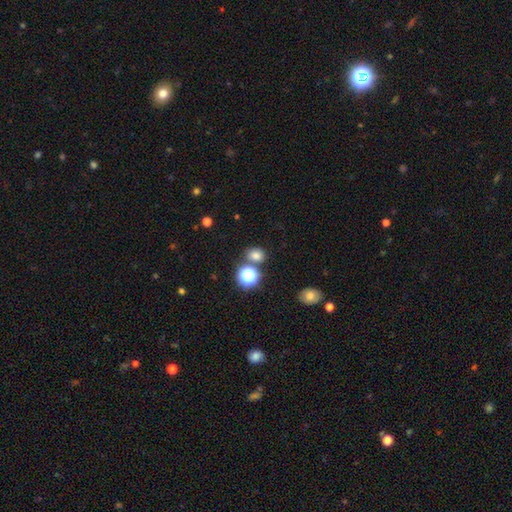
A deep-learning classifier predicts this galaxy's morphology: smooth_or_featured: smooth (p=0.74) [alt: star or artifact p=0.20]
how_rounded: round (p=0.60) [alt: in between p=0.39]
merging: none (p=0.73) [alt: merger p=0.14]